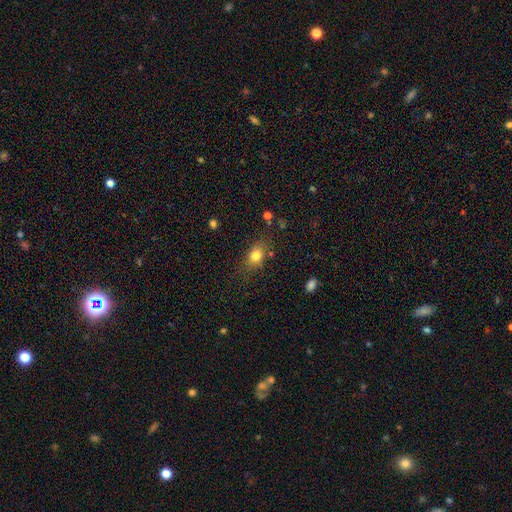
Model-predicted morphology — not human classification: smooth 79%, star or artifact 11%, featured or disk 10%. Down the decision tree: how rounded — in between (68%); merging — none (74%).